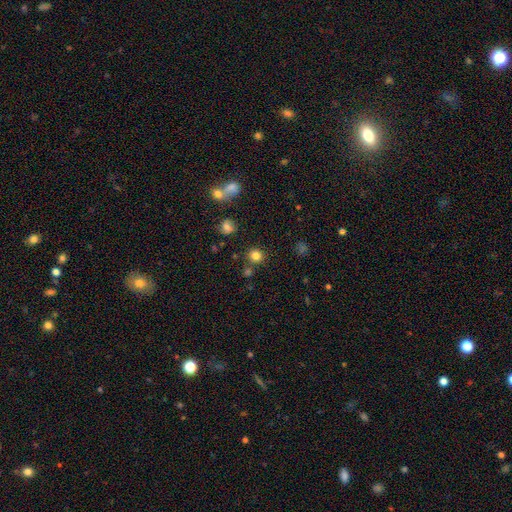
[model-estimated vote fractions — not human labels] smooth_or_featured: smooth (p=0.80) [alt: star or artifact p=0.14]
how_rounded: round (p=0.91) [alt: in between p=0.08]
merging: none (p=0.84) [alt: minor disturbance p=0.07]